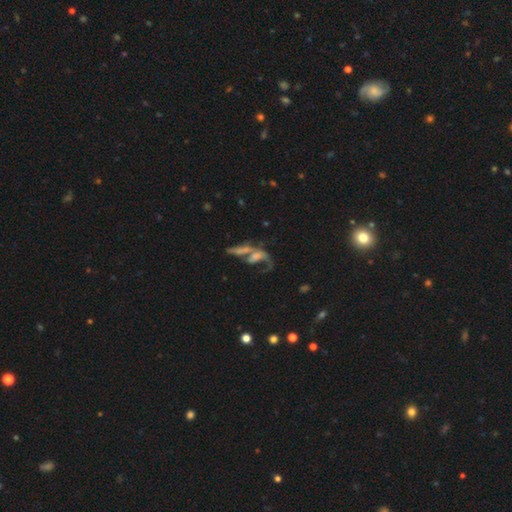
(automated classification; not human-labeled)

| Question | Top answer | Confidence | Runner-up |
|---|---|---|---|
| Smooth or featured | featured or disk | 57% | smooth (26%) |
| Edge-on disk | no | 79% | yes (21%) |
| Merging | merger | 48% | none (23%) |